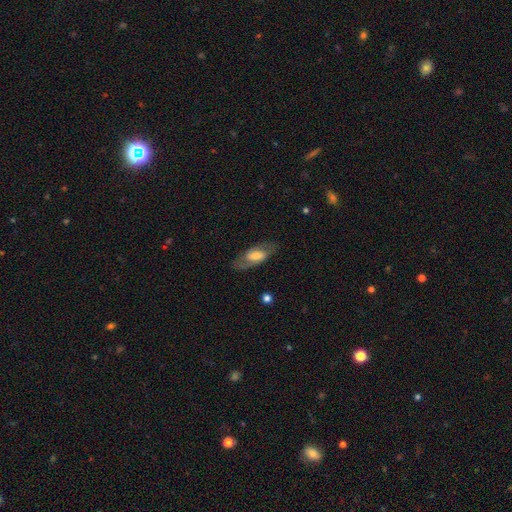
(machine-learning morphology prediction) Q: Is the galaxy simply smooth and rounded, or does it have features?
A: featured or disk — 56%.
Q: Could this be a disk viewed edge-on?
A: no — 85%.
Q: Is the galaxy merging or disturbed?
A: none — 78%.